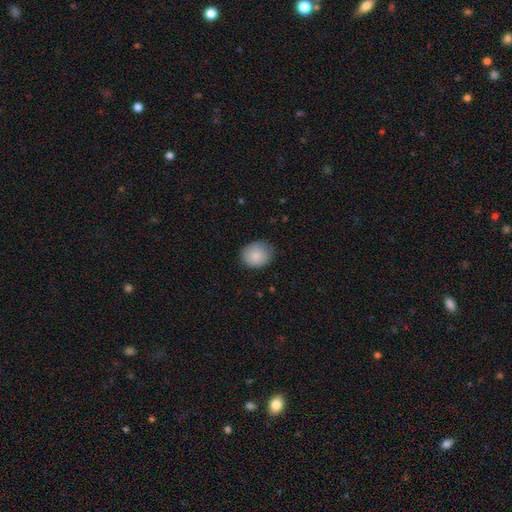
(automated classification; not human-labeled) Smooth or featured? smooth (86%)
How rounded? round (65%)
Merging? none (77%)